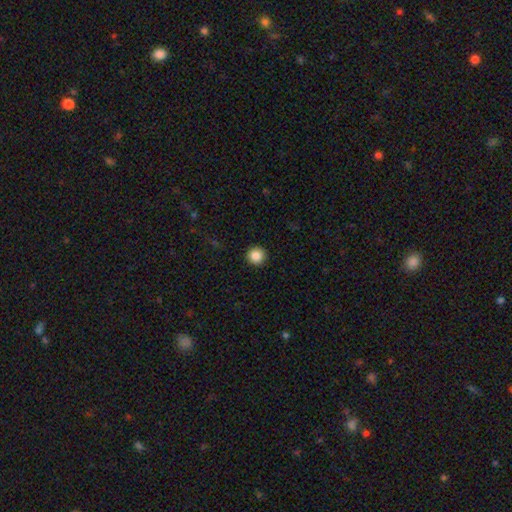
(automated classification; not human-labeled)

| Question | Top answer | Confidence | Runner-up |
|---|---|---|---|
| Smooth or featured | smooth | 87% | star or artifact (9%) |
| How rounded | round | 96% | in between (3%) |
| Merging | none | 93% | minor disturbance (4%) |